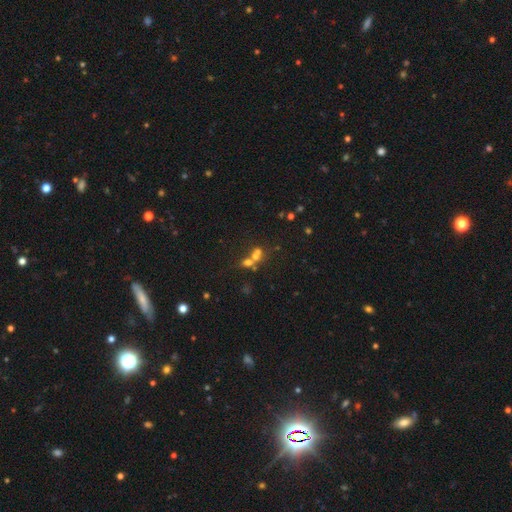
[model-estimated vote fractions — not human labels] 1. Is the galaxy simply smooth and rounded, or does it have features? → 53% smooth, 24% star or artifact, 23% featured or disk.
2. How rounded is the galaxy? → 65% round, 32% in between, 2% cigar-shaped.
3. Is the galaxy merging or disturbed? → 60% merger, 28% none, 7% minor disturbance, 5% major disturbance.